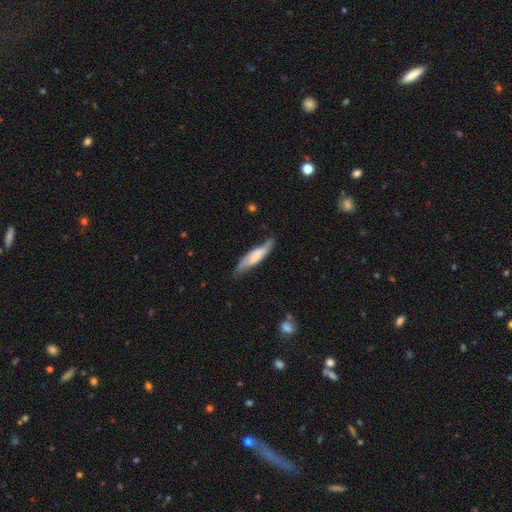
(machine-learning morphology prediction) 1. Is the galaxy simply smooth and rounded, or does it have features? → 54% smooth, 41% featured or disk, 6% star or artifact.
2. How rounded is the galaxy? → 77% cigar-shaped, 22% in between, 2% round.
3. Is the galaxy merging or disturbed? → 69% none, 24% minor disturbance, 5% major disturbance, 2% merger.